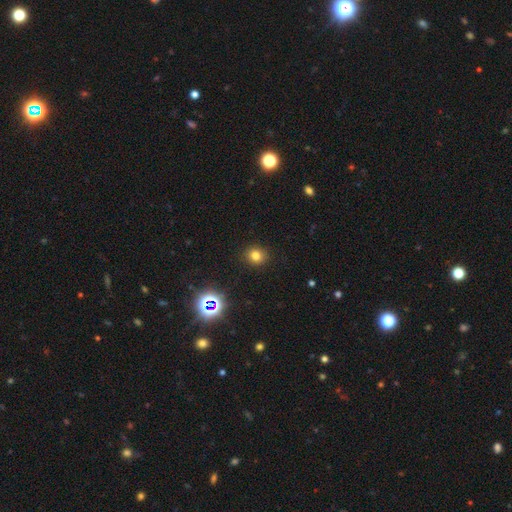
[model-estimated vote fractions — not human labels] Overall: smooth (76%). How rounded: round (80%). Merging: none (90%).